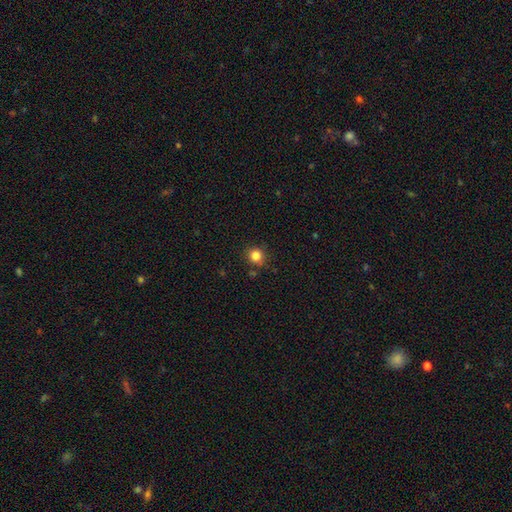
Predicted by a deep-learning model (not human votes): Smooth or featured: smooth — 83% (star or artifact — 12%)
How rounded: round — 90% (in between — 9%)
Merging: none — 83% (minor disturbance — 11%)